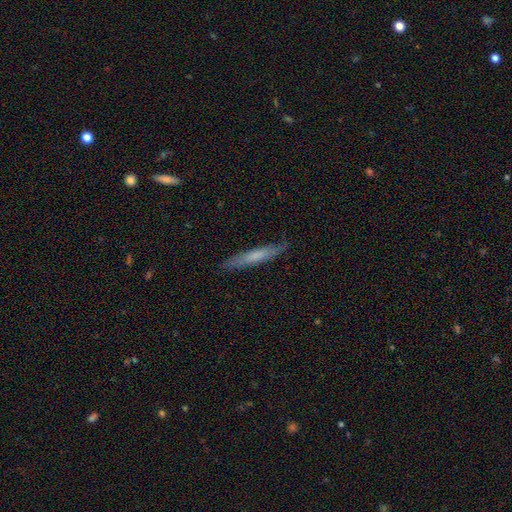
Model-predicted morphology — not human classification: smooth-or-featured: smooth: 58% | featured or disk: 36% | star or artifact: 6%
  how-rounded: cigar-shaped: 93% | in between: 6% | round: 1%
  merging: none: 82% | minor disturbance: 14% | major disturbance: 3% | merger: 1%